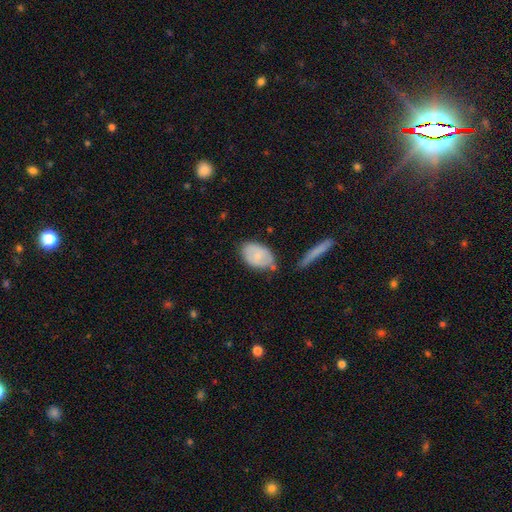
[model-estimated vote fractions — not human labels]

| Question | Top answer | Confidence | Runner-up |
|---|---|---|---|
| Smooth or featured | smooth | 66% | featured or disk (28%) |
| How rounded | in between | 87% | round (11%) |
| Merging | none | 64% | minor disturbance (22%) |